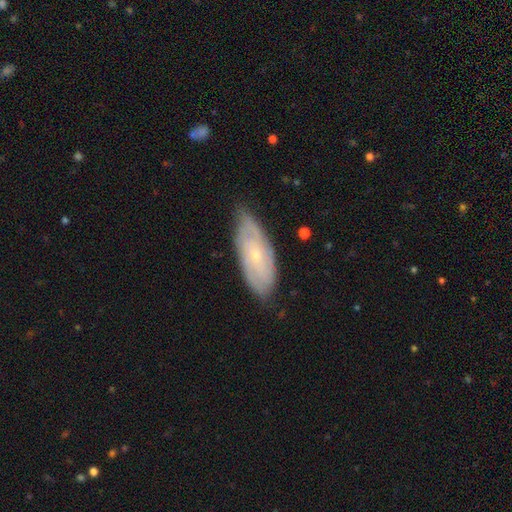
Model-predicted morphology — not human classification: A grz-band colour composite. It shows a featured or disk galaxy (72%) with no bar (74%), tight (65%) spiral arms (88%) and a small central bulge (78%). Merging: none (74%).